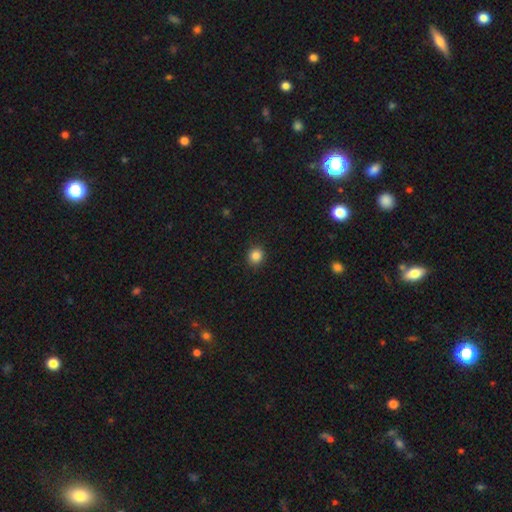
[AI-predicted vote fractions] smooth-or-featured: smooth: 85% | star or artifact: 11% | featured or disk: 4%
  how-rounded: round: 87% | in between: 12% | cigar-shaped: 1%
  merging: none: 91% | minor disturbance: 6% | major disturbance: 2% | merger: 1%